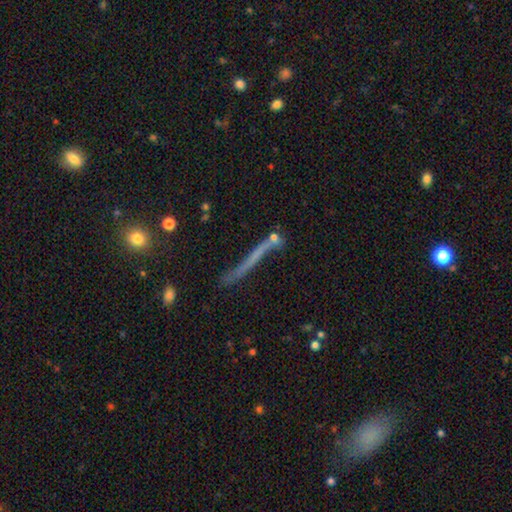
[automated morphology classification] Smooth or featured? Predicted: featured or disk (p=0.49). Merging? Predicted: none (p=0.63).